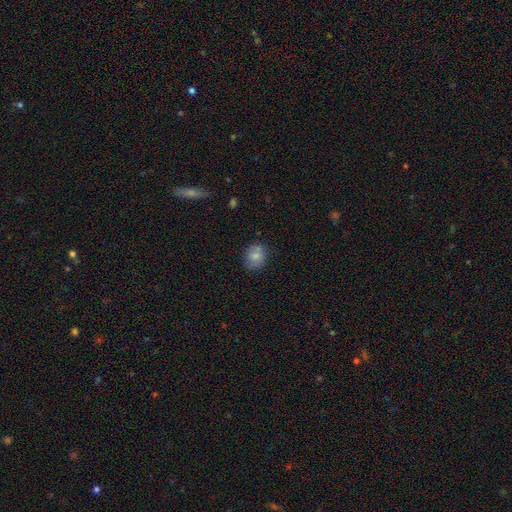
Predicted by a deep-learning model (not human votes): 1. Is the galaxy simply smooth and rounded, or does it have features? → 79% smooth, 12% featured or disk, 9% star or artifact.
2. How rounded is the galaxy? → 58% round, 41% in between, 1% cigar-shaped.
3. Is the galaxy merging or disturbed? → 77% none, 17% minor disturbance, 4% major disturbance, 2% merger.